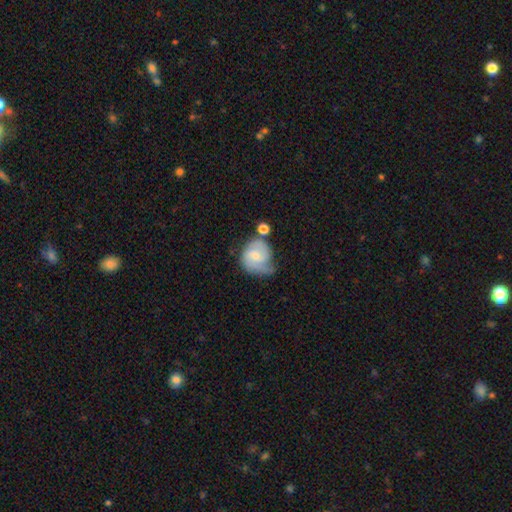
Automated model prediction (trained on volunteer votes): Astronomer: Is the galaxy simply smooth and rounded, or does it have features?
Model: featured or disk — 59%.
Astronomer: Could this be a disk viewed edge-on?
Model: no — 97%.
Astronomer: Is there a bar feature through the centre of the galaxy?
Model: no — 52% (runner-up: weak, 41%).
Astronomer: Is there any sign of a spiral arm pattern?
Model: yes — 89%.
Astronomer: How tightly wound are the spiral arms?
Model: medium — 43% (runner-up: tight, 35%).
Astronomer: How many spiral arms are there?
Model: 2 — 59%.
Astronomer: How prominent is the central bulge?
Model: small — 59%.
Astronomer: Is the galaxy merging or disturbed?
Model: none — 43% (runner-up: minor disturbance, 29%).